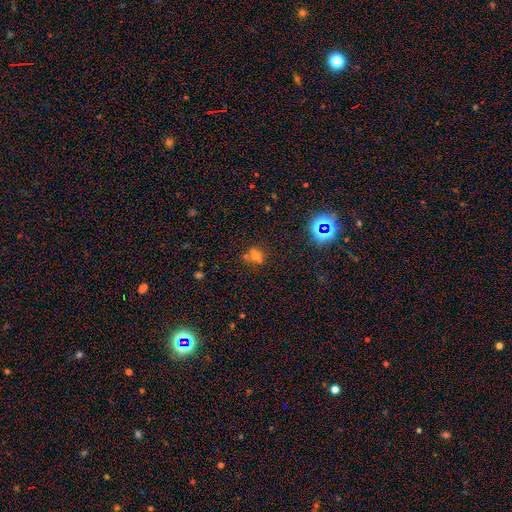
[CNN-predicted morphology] This is possibly a smooth galaxy (47%). Merging: possibly none (50%).